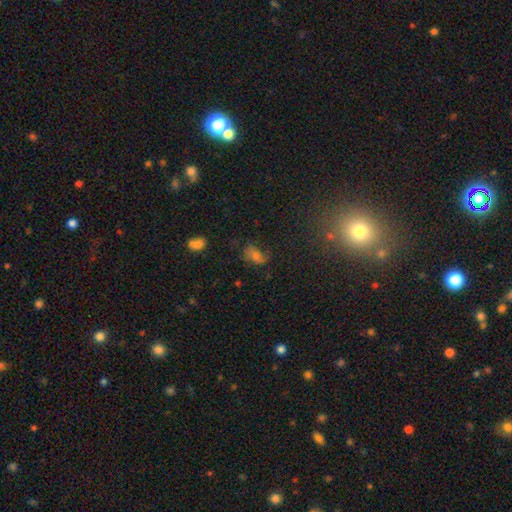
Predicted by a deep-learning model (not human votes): smooth 44%, featured or disk 32%, star or artifact 23%. Down the decision tree: merging — none (57%).